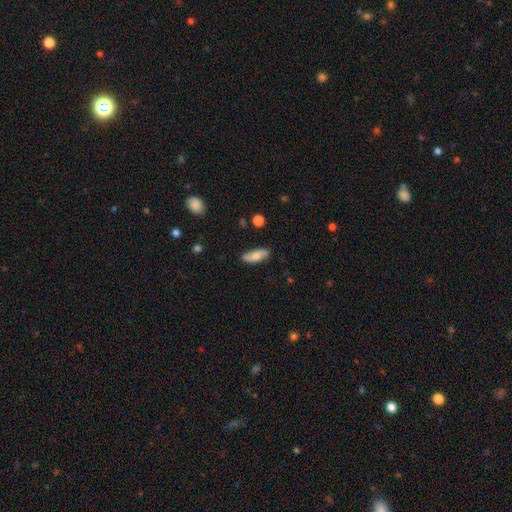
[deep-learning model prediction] Q: Smooth or featured?
A: smooth (72%); runner-up: featured or disk (22%)
Q: How rounded?
A: in between (64%); runner-up: cigar-shaped (34%)
Q: Merging?
A: none (83%); runner-up: minor disturbance (13%)